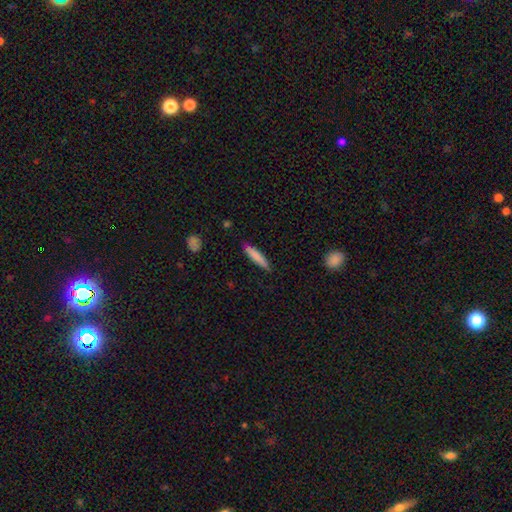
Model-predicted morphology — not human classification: type=smooth (80%); roundness=cigar-shaped (88%); merging=none (84%).